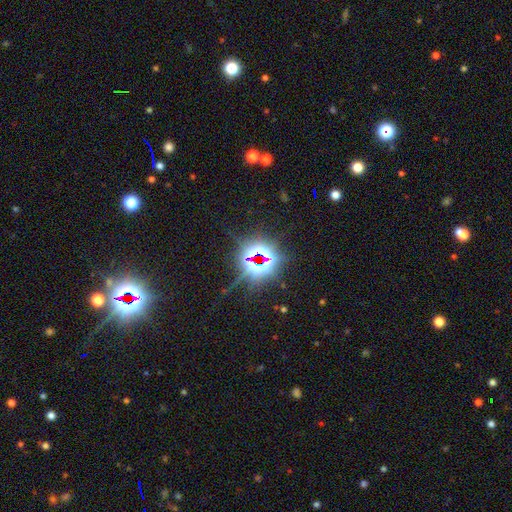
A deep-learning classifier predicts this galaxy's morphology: smooth-or-featured: star or artifact: 82% | smooth: 10% | featured or disk: 8%